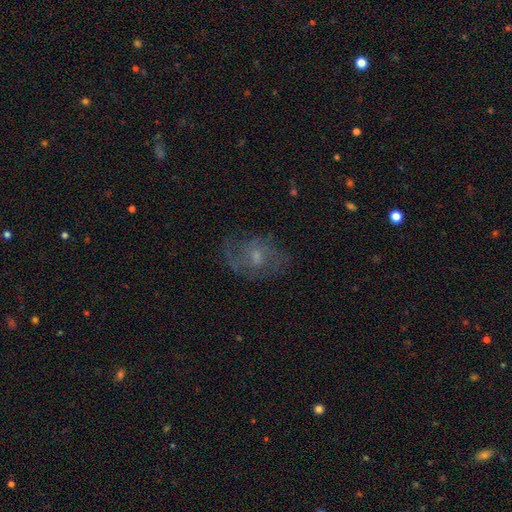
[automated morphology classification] smooth_or_featured: featured or disk (p=0.57) [alt: smooth p=0.30]
disk_edge_on: no (p=0.96) [alt: yes p=0.04]
bar: no (p=0.64) [alt: weak p=0.31]
has_spiral_arms: yes (p=0.68) [alt: no p=0.32]
bulge_size: small (p=0.47) [alt: moderate p=0.39]
merging: none (p=0.61) [alt: minor disturbance p=0.21]